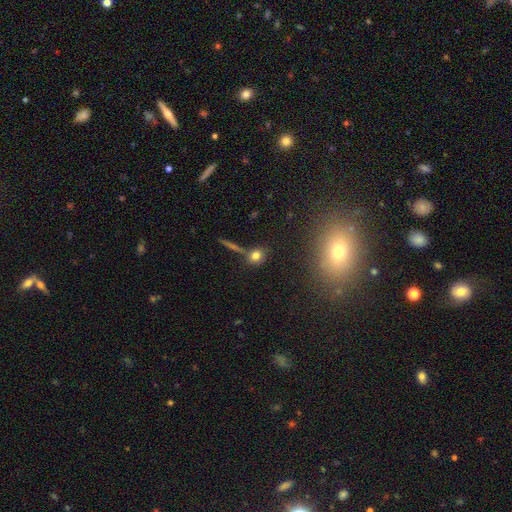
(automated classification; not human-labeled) Smooth or featured? Predicted: smooth (p=0.74). How rounded? Predicted: round (p=0.76). Merging? Predicted: none (p=0.69).